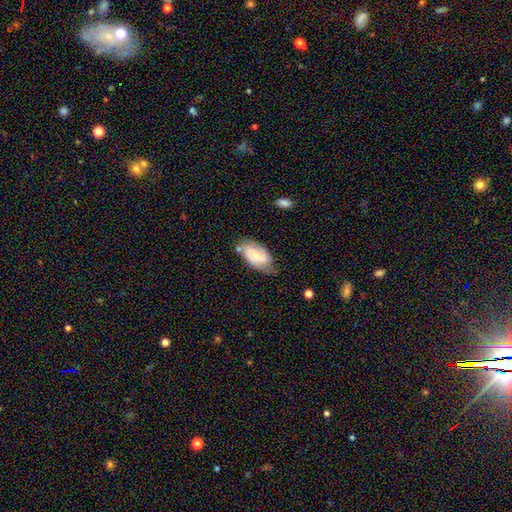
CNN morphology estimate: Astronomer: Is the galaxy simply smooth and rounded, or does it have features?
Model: featured or disk — 64%.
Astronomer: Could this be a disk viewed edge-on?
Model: no — 95%.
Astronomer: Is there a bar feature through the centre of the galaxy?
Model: no — 46% (runner-up: weak, 43%).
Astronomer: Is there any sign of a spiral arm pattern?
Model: yes — 93%.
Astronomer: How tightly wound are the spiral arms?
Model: medium — 45% (runner-up: tight, 37%).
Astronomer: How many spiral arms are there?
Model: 2 — 78%.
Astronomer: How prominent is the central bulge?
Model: small — 57%.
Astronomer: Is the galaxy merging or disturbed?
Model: none — 63%.